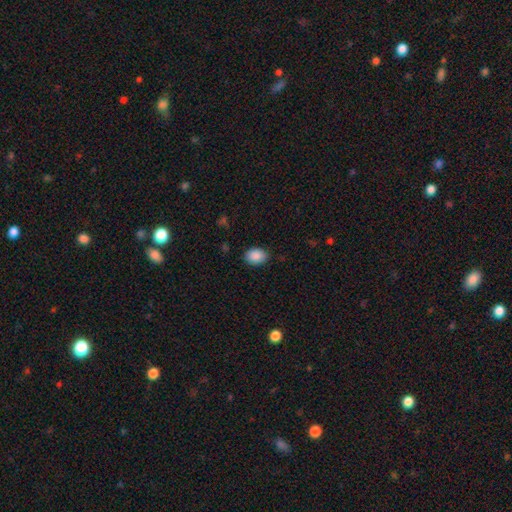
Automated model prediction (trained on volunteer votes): A smooth galaxy with no disk features (89%) that is in between round and cigar-shaped (69%). Merging: none (86%).